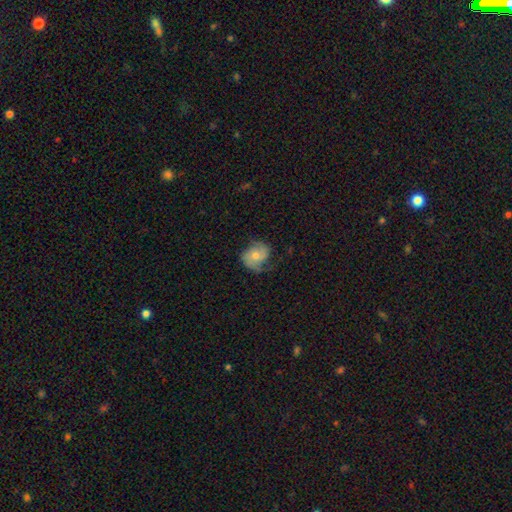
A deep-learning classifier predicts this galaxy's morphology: Q: Smooth or featured?
A: featured or disk (60%); runner-up: smooth (33%)
Q: Edge-on disk?
A: no (97%); runner-up: yes (3%)
Q: Bar?
A: no (73%); runner-up: weak (23%)
Q: Spiral arms?
A: yes (88%); runner-up: no (12%)
Q: Spiral winding?
A: medium (43%); runner-up: loose (30%)
Q: Spiral arm count?
A: 2 (78%); runner-up: can't tell (10%)
Q: Bulge size?
A: moderate (60%); runner-up: small (31%)
Q: Merging?
A: none (61%); runner-up: minor disturbance (25%)